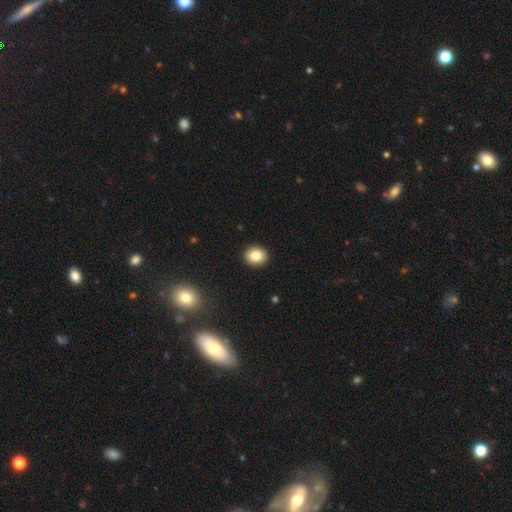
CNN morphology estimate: This appears to be a smooth galaxy with no disk features (83%) that is round (68%). Merging: none (92%).